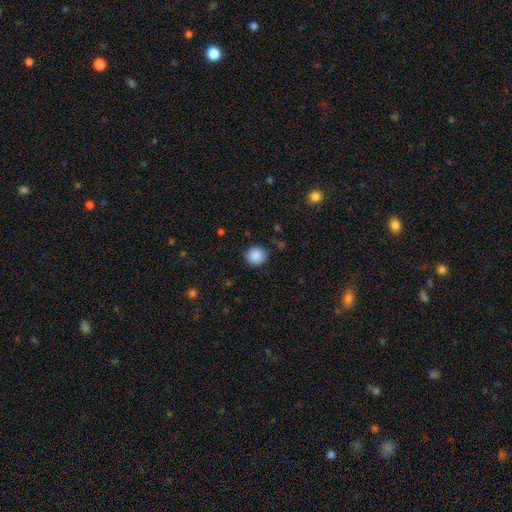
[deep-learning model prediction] Overall: smooth (88%). How rounded: round (92%). Merging: none (89%).